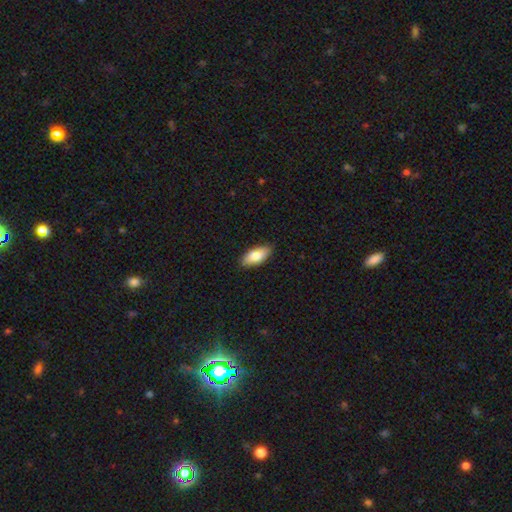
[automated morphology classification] This is clearly a smooth galaxy (82%). How rounded: clearly in between (86%). Merging: clearly none (86%).